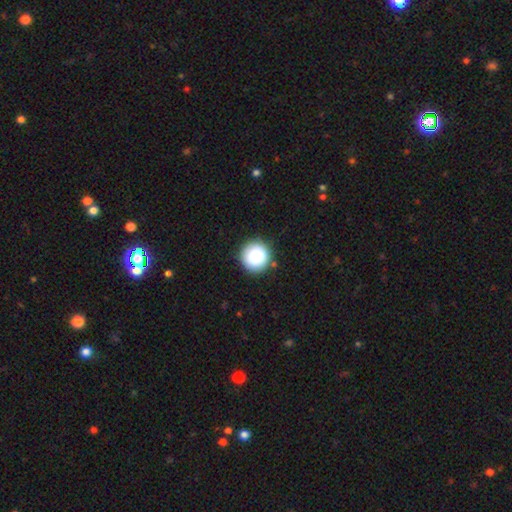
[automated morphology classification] Smooth or featured?
  - smooth: 86% *
  - star or artifact: 8%
  - featured or disk: 6%
How rounded?
  - round: 96% *
  - in between: 3%
  - cigar-shaped: 1%
Merging?
  - none: 89% *
  - minor disturbance: 8%
  - major disturbance: 2%
  - merger: 2%